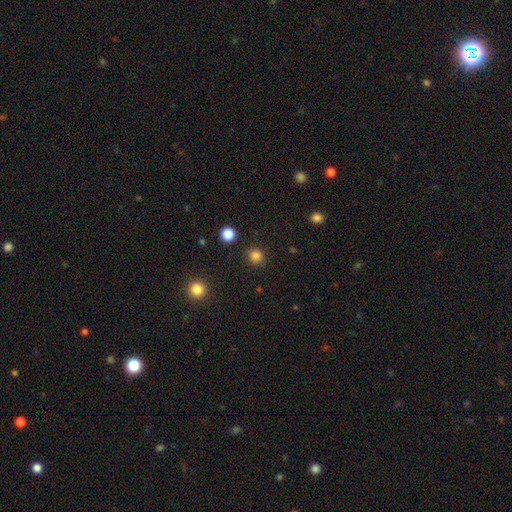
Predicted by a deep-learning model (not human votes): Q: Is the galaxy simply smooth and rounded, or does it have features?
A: smooth — 83%.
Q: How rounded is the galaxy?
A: round — 92%.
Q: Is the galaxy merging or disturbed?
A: none — 90%.